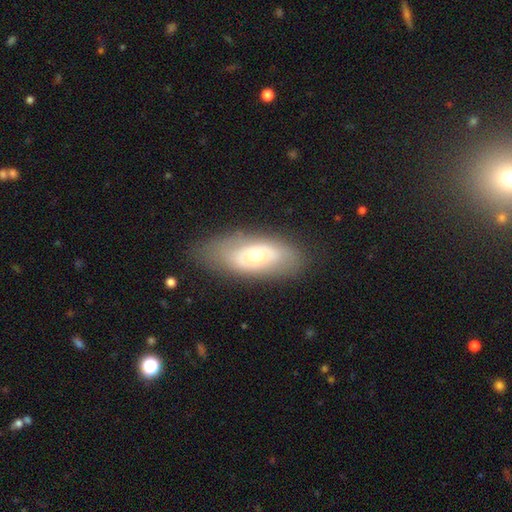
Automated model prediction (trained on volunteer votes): smooth-or-featured: featured or disk: 49% | smooth: 44% | star or artifact: 7%
  merging: none: 76% | minor disturbance: 16% | major disturbance: 7% | merger: 2%